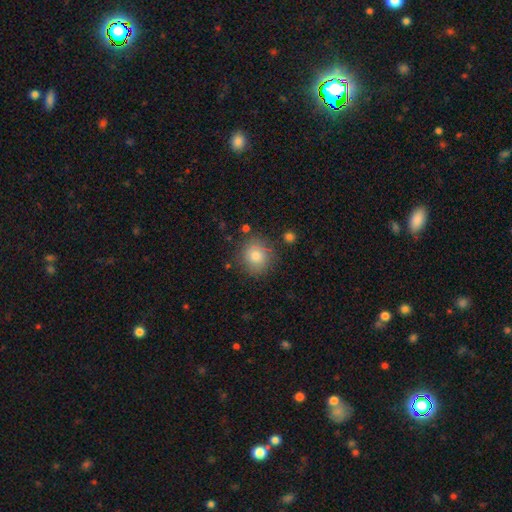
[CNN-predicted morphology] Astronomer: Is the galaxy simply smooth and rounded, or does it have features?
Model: smooth — 78%.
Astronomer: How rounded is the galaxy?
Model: round — 87%.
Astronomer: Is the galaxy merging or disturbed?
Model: none — 82%.